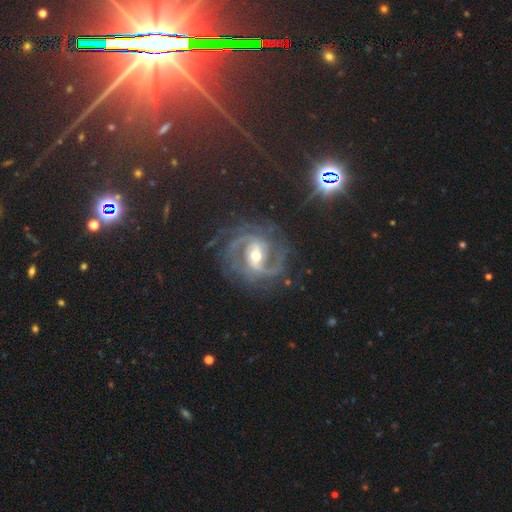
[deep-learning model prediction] The model was most divided on "bar": weak: 42%, strong: 35%, no: 23%. Remaining: spiral arms — yes (98%); edge-on disk — no (97%); smooth or featured — featured or disk (89%); merging — none (73%); bulge size — moderate (68%); spiral arm count — 2 (52%); spiral winding — medium (49%).